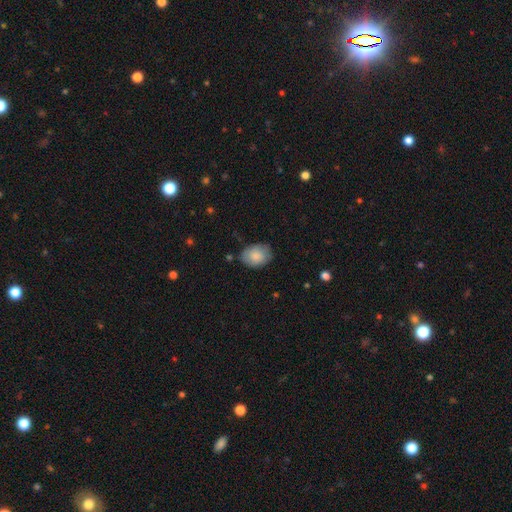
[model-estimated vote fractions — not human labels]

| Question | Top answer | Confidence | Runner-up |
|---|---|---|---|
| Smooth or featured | smooth | 80% | featured or disk (13%) |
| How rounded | in between | 74% | round (25%) |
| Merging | none | 74% | minor disturbance (20%) |